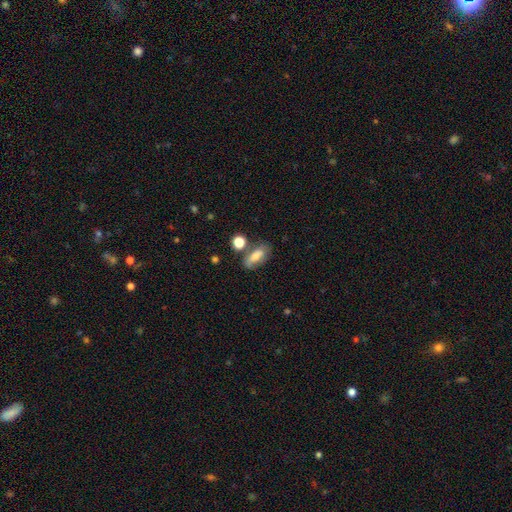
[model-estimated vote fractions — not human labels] The model was most divided on "merging": none: 60%, minor disturbance: 20%, merger: 12%, major disturbance: 8%. More confident: how rounded — in between (78%); smooth or featured — smooth (67%).